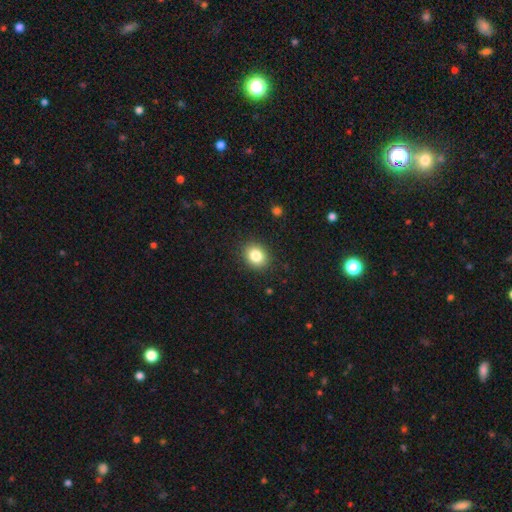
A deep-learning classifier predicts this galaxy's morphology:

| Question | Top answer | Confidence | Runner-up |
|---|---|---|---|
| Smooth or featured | smooth | 83% | star or artifact (10%) |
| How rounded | round | 61% | in between (38%) |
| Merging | none | 89% | minor disturbance (7%) |